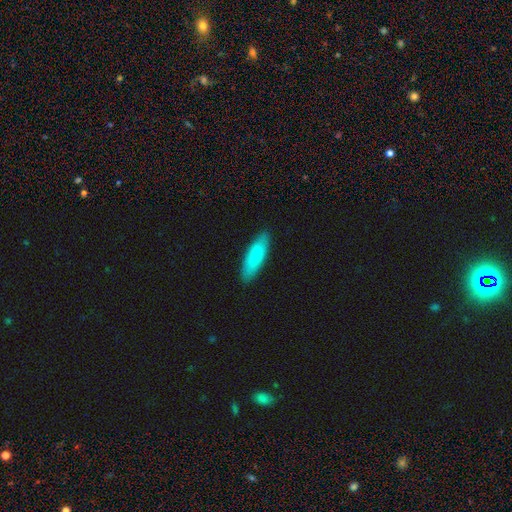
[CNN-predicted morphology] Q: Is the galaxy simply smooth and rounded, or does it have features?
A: smooth — 81%.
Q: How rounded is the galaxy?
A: cigar-shaped — 51%.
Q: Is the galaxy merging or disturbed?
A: none — 87%.